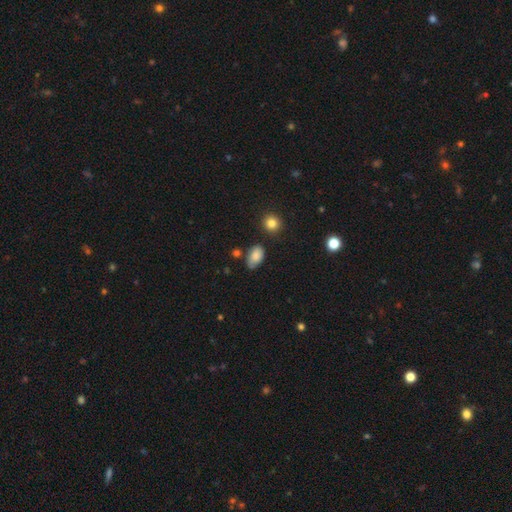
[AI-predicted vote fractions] Overall: smooth (82%). How rounded: in between (90%). Merging: none (58%; minor disturbance 31%).